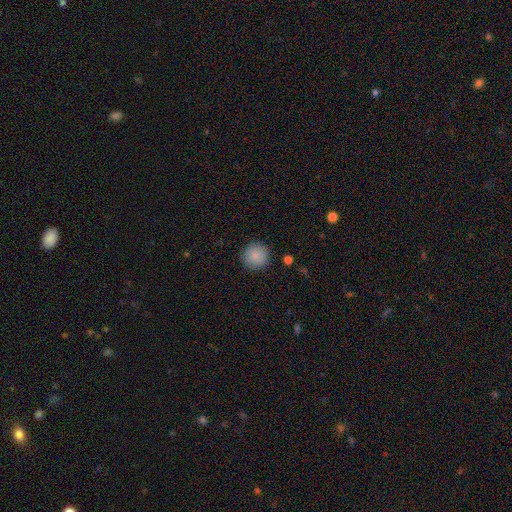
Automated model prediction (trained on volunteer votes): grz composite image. It shows a smooth galaxy with no disk features (88%) that is round (95%). Merging: none (91%).